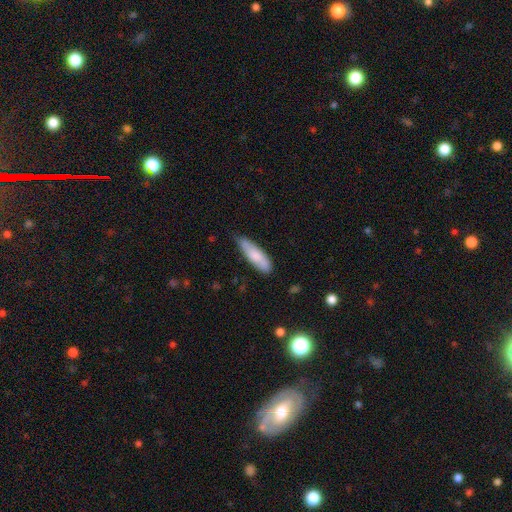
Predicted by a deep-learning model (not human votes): Morphology: type=smooth (79%); roundness=cigar-shaped (55%); merging=none (70%).